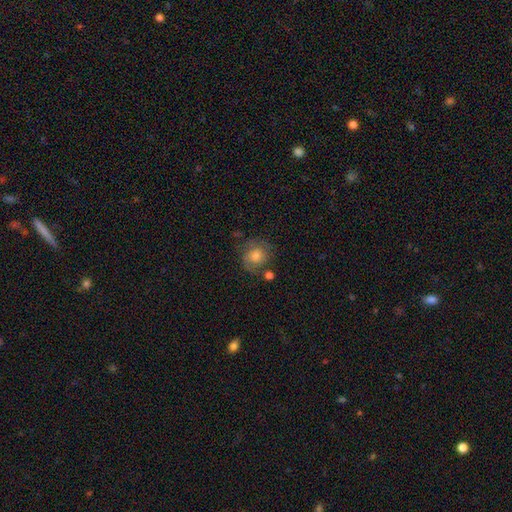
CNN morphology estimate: Q: Smooth or featured?
A: smooth (46%); runner-up: featured or disk (42%)
Q: Merging?
A: none (67%); runner-up: minor disturbance (19%)